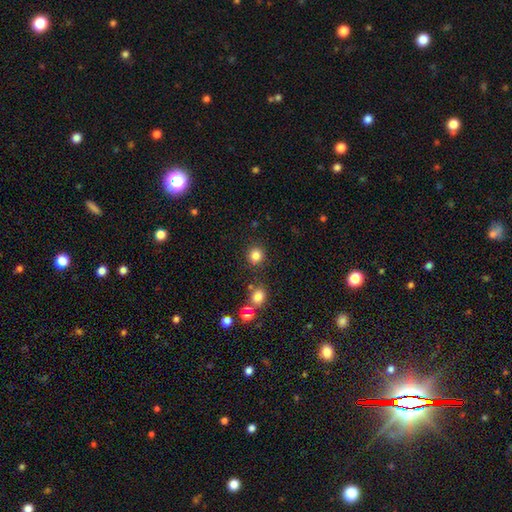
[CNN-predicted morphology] A smooth galaxy with no disk features (83%) that is round (88%).

Vote fractions:
- Smooth or featured? smooth: 83% / star or artifact: 12% / featured or disk: 5%
- How rounded? round: 88% / in between: 11% / cigar-shaped: 1%
- Merging? none: 85% / minor disturbance: 8% / merger: 4% / major disturbance: 3%